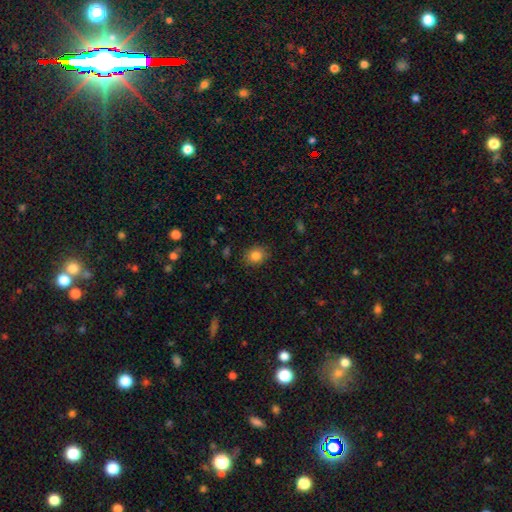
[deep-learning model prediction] smooth_or_featured: smooth (p=0.83) [alt: star or artifact p=0.10]
how_rounded: round (p=0.59) [alt: in between p=0.40]
merging: none (p=0.86) [alt: minor disturbance p=0.10]